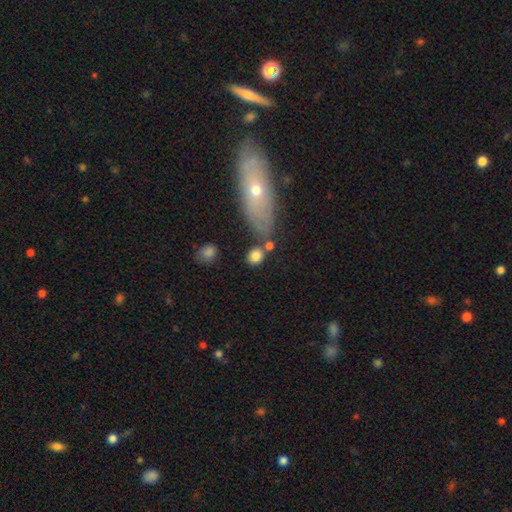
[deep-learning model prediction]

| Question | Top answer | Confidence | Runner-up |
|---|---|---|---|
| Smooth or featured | smooth | 82% | star or artifact (9%) |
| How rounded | round | 63% | in between (35%) |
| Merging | none | 63% | merger (18%) |